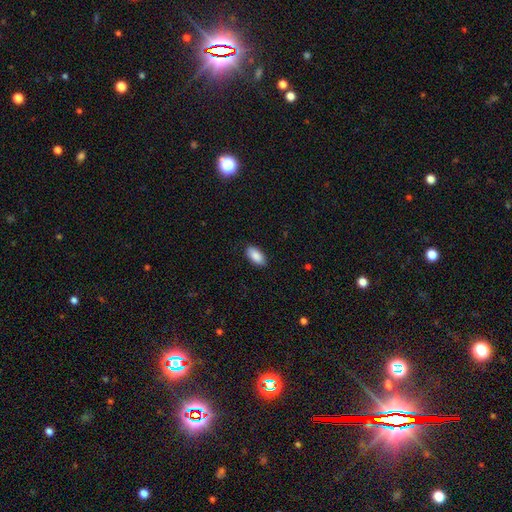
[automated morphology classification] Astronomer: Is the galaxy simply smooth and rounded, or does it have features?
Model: smooth — 89%.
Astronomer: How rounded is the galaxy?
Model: in between — 93%.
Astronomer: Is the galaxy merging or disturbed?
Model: none — 88%.